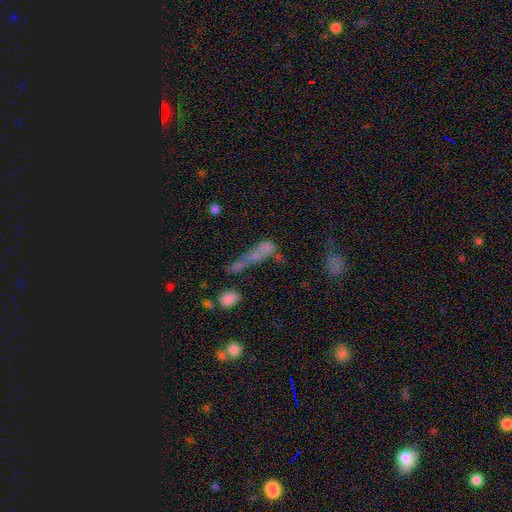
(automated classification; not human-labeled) Q: Smooth or featured?
A: smooth (51%); runner-up: featured or disk (29%)
Q: How rounded?
A: cigar-shaped (61%); runner-up: in between (31%)
Q: Merging?
A: merger (33%); runner-up: none (29%)